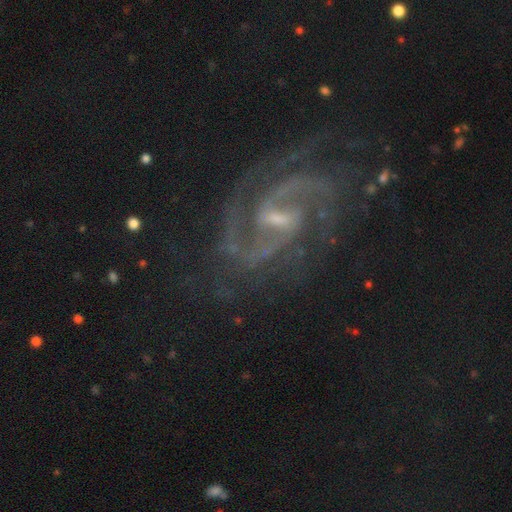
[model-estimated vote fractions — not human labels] Smooth or featured?
  - featured or disk: 92% *
  - star or artifact: 6%
  - smooth: 3%
Edge-on disk?
  - no: 98% *
  - yes: 2%
Bar?
  - weak: 58% *
  - strong: 28%
  - no: 14%
Spiral arms?
  - yes: 98% *
  - no: 2%
Spiral winding?
  - medium: 59% *
  - tight: 27%
  - loose: 14%
Spiral arm count?
  - 2: 80% *
  - 3: 6%
  - can't tell: 6%
  - 4: 3%
  - 1: 3%
  - more than 4: 3%
Bulge size?
  - small: 60% *
  - moderate: 27%
  - none: 10%
  - large: 2%
  - dominant: 1%
Merging?
  - none: 73% *
  - minor disturbance: 16%
  - major disturbance: 9%
  - merger: 2%